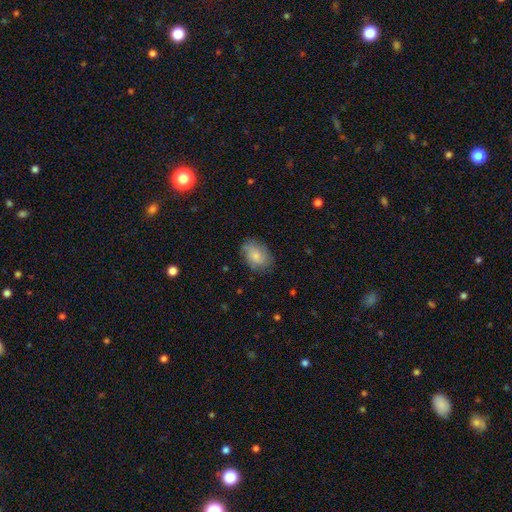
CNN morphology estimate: smooth_or_featured: smooth (p=0.75) [alt: featured or disk p=0.18]
how_rounded: in between (p=0.80) [alt: round p=0.19]
merging: none (p=0.73) [alt: minor disturbance p=0.20]